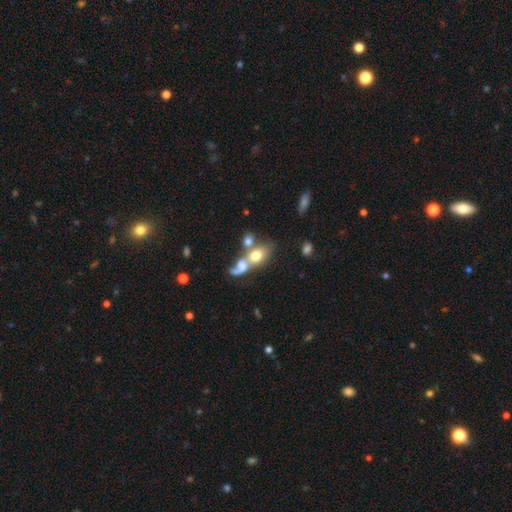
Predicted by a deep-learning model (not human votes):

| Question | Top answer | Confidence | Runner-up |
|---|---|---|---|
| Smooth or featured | smooth | 62% | featured or disk (27%) |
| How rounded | in between | 67% | round (29%) |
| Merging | merger | 63% | none (19%) |